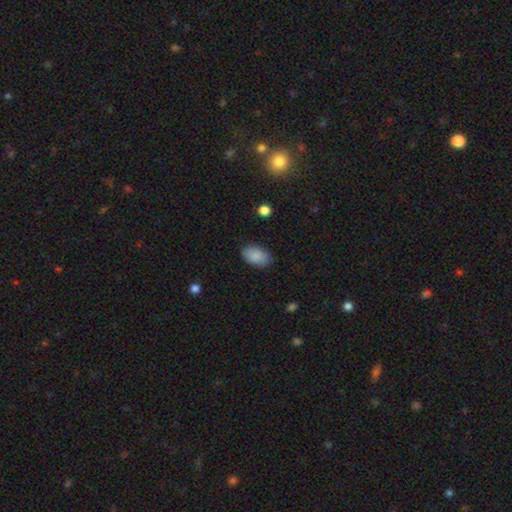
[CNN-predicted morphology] smooth_or_featured: smooth (p=0.89) [alt: star or artifact p=0.07]
how_rounded: in between (p=0.92) [alt: round p=0.07]
merging: none (p=0.84) [alt: minor disturbance p=0.12]